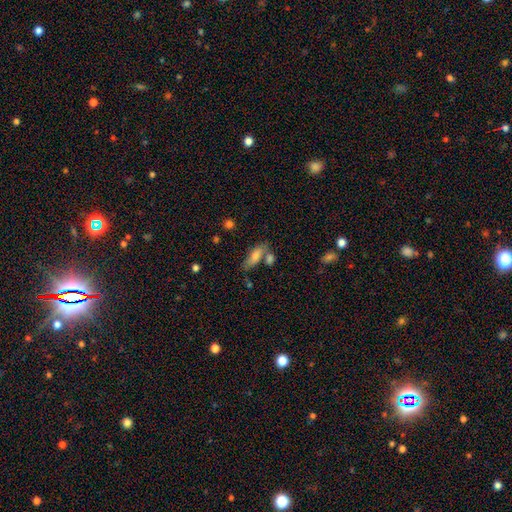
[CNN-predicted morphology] Smooth or featured: smooth — 71% (featured or disk — 20%)
How rounded: in between — 63% (cigar-shaped — 34%)
Merging: none — 57% (merger — 21%)